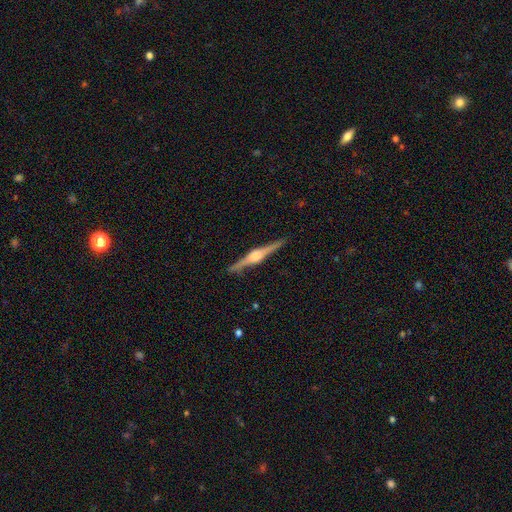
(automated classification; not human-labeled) Q: Smooth or featured?
A: featured or disk (84%); runner-up: smooth (10%)
Q: Edge-on disk?
A: yes (98%); runner-up: no (2%)
Q: Edge-on bulge?
A: rounded (76%); runner-up: boxy (21%)
Q: Merging?
A: none (90%); runner-up: minor disturbance (7%)